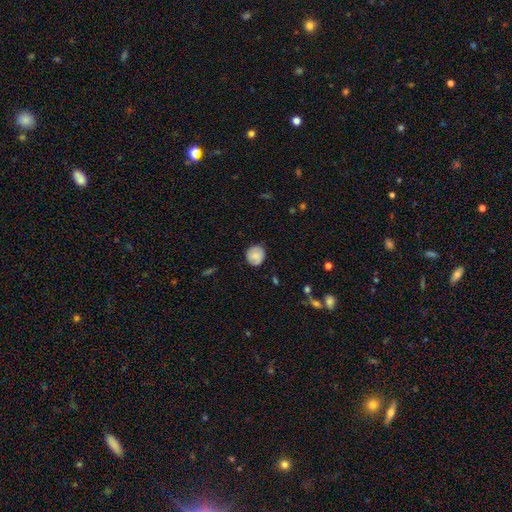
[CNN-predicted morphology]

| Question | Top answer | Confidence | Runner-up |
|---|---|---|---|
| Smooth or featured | smooth | 78% | featured or disk (15%) |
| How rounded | round | 85% | in between (14%) |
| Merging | none | 83% | minor disturbance (14%) |